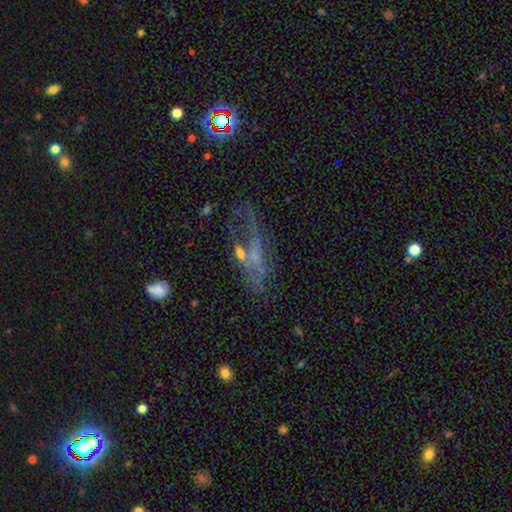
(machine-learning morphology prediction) type=featured or disk (57%); edge-on=no (78%); merging=none (40%).